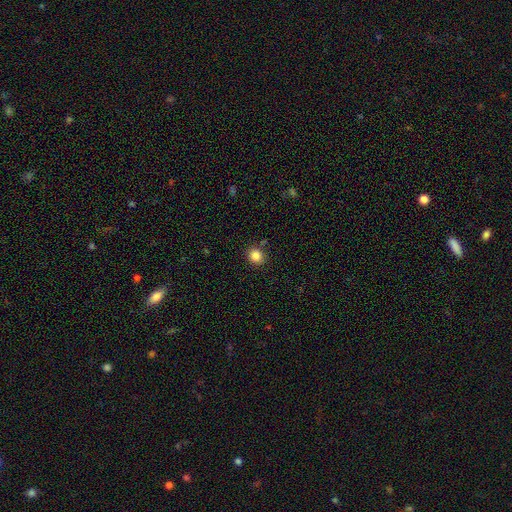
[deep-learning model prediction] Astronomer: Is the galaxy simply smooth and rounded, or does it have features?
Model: smooth — 85%.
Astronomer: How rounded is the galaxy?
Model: round — 76%.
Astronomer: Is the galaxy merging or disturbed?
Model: none — 86%.